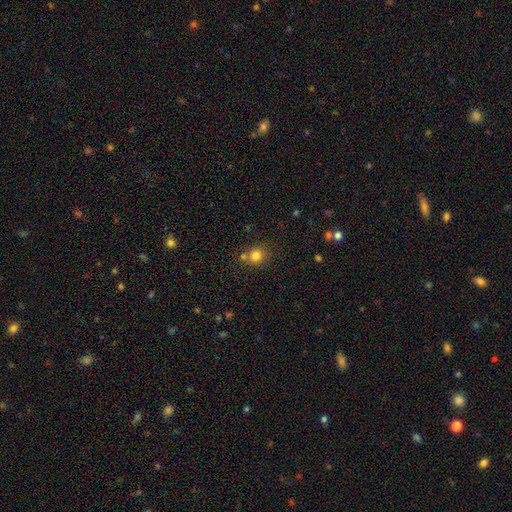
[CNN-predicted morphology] type=smooth (80%); roundness=round (85%); merging=none (63%).